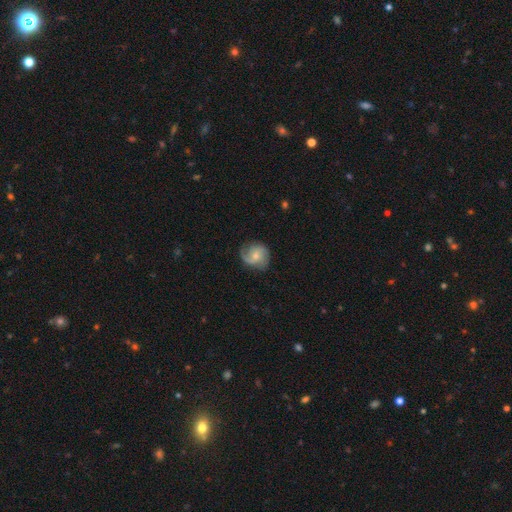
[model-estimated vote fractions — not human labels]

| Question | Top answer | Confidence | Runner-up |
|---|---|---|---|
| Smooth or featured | featured or disk | 72% | smooth (21%) |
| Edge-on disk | no | 98% | yes (2%) |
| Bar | no | 59% | weak (35%) |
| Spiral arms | yes | 95% | no (5%) |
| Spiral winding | medium | 46% | loose (28%) |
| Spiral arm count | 2 | 62% | 3 (12%) |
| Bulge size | small | 51% | moderate (41%) |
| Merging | none | 74% | minor disturbance (18%) |